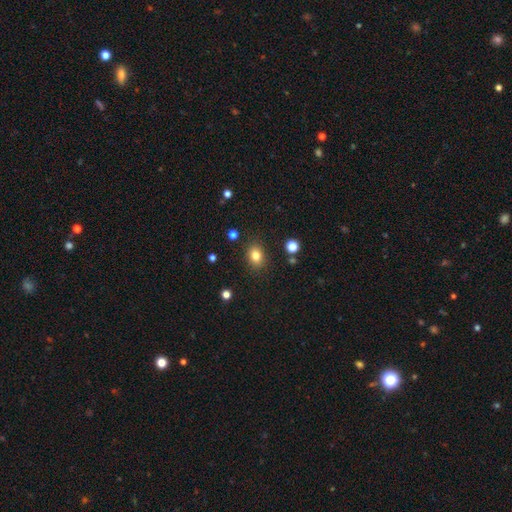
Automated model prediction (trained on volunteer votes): A smooth galaxy with no disk features (81%) that is in between round and cigar-shaped (59%). Merging: none (86%).